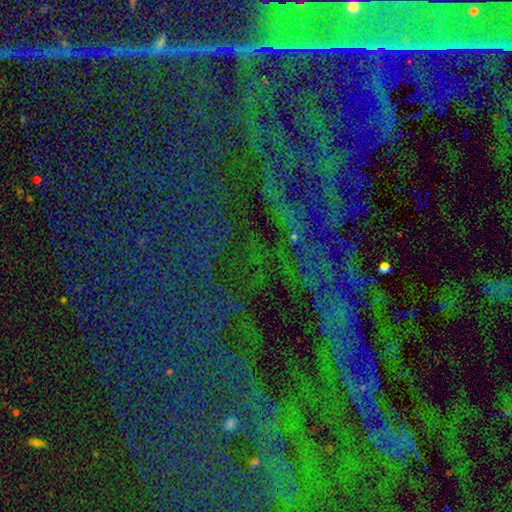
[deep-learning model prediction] Morphology: type=star or artifact (80%).